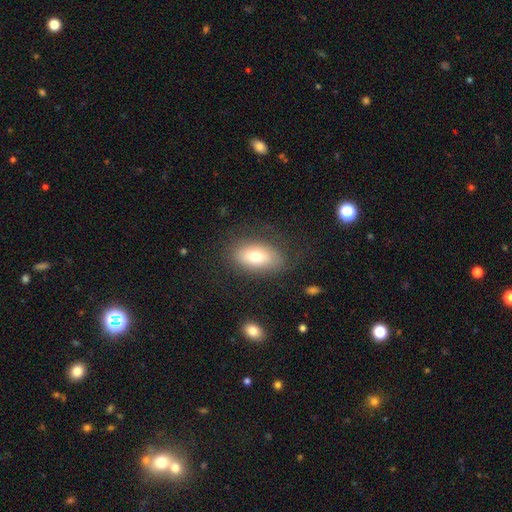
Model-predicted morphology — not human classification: Q: Smooth or featured?
A: smooth (73%); runner-up: featured or disk (19%)
Q: How rounded?
A: in between (90%); runner-up: round (7%)
Q: Merging?
A: none (77%); runner-up: minor disturbance (15%)